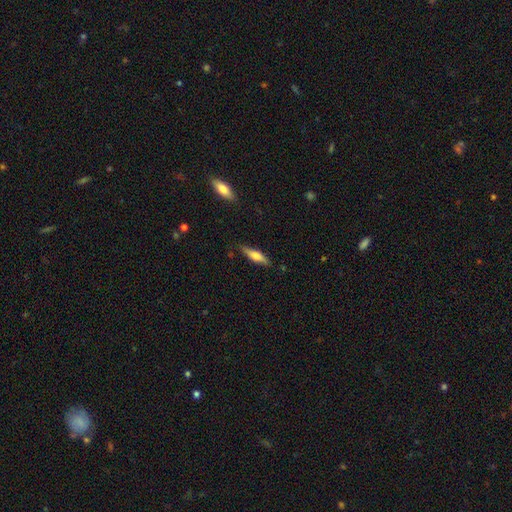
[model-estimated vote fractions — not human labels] Smooth or featured?
  - smooth: 54% *
  - featured or disk: 40%
  - star or artifact: 6%
How rounded?
  - cigar-shaped: 66% *
  - in between: 32%
  - round: 2%
Merging?
  - none: 84% *
  - minor disturbance: 12%
  - major disturbance: 2%
  - merger: 1%